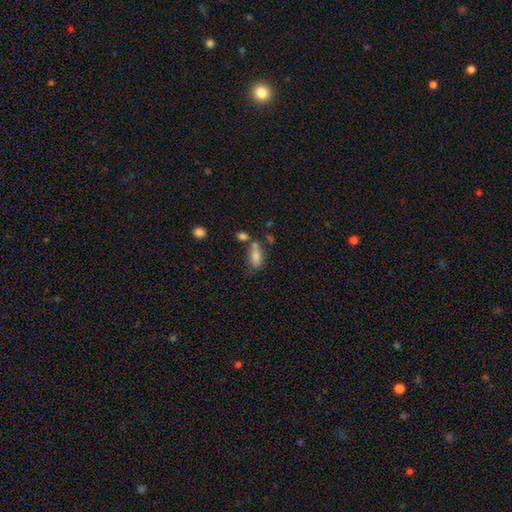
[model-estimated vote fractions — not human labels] This appears to be a smooth galaxy with no disk features (75%) that is in between round and cigar-shaped (86%). Merging: none (46%).